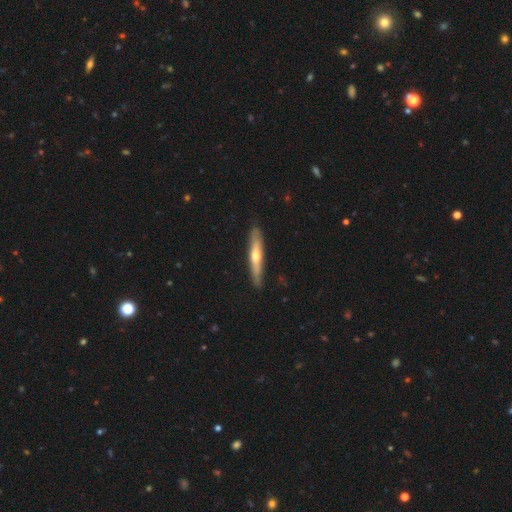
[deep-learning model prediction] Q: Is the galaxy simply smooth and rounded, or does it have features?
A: featured or disk — 53%.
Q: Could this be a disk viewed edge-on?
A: yes — 91%.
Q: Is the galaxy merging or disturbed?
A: none — 88%.